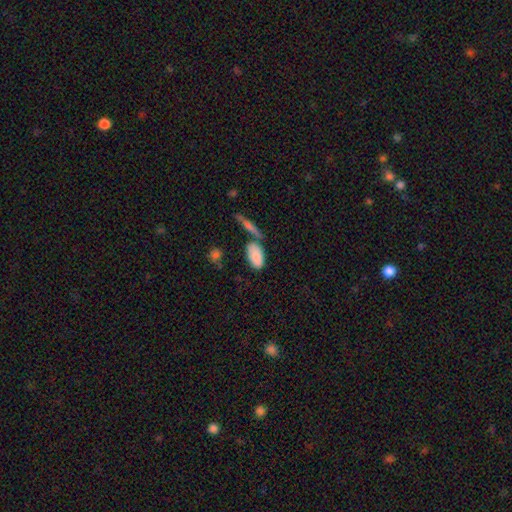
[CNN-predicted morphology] Smooth or featured: smooth — 84% (featured or disk — 8%)
How rounded: in between — 92% (cigar-shaped — 4%)
Merging: none — 60% (merger — 18%)